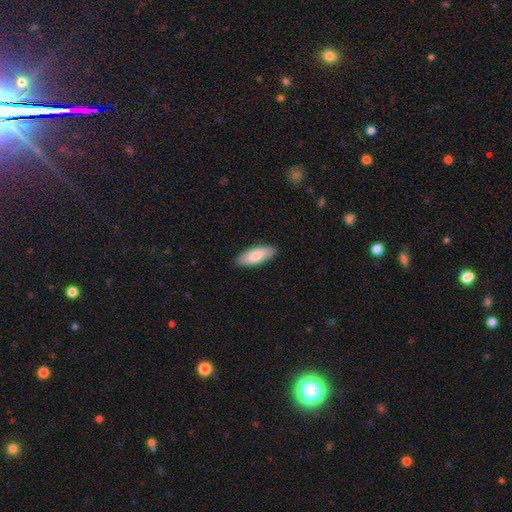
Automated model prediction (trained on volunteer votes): smooth_or_featured: smooth (p=0.78) [alt: featured or disk p=0.17]
how_rounded: in between (p=0.72) [alt: cigar-shaped p=0.26]
merging: none (p=0.87) [alt: minor disturbance p=0.10]